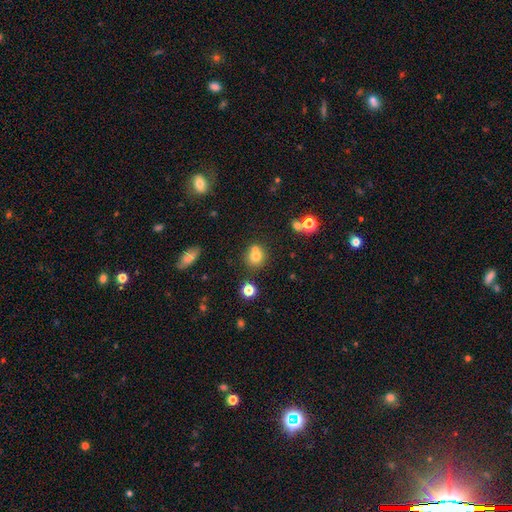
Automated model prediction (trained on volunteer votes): Q: Smooth or featured?
A: smooth (74%); runner-up: star or artifact (14%)
Q: How rounded?
A: round (80%); runner-up: in between (19%)
Q: Merging?
A: none (53%); runner-up: merger (32%)